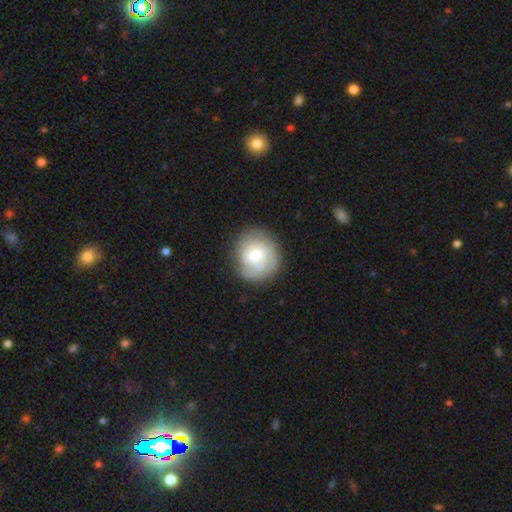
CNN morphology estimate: Smooth or featured? featured or disk (67%)
Edge-on disk? no (98%)
Bar? weak (48%)
Spiral arms? yes (92%)
Spiral winding? tight (55%)
Spiral arm count? 2 (31%)
Bulge size? moderate (46%)
Merging? none (79%)